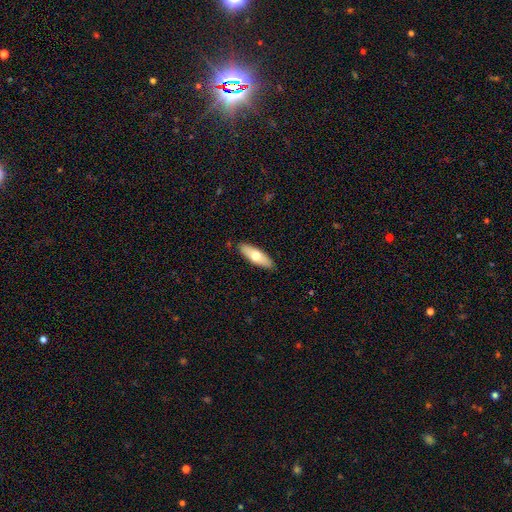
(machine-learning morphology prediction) smooth 62%, featured or disk 33%, star or artifact 6%. Down the decision tree: how rounded — in between (57%); merging — none (88%).